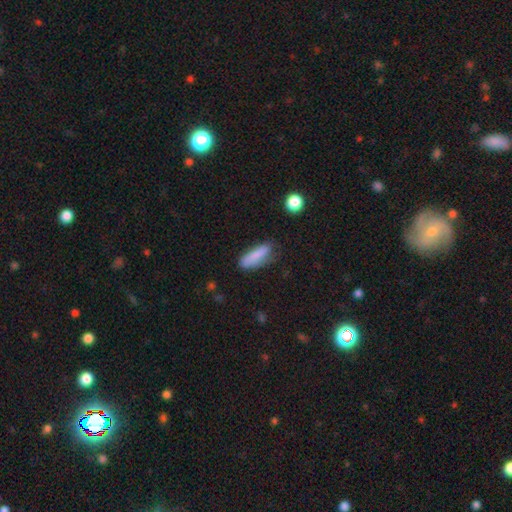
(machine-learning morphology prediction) smooth-or-featured: smooth: 81% | featured or disk: 12% | star or artifact: 7%
  how-rounded: cigar-shaped: 52% | in between: 46% | round: 2%
  merging: none: 63% | minor disturbance: 27% | major disturbance: 8% | merger: 3%